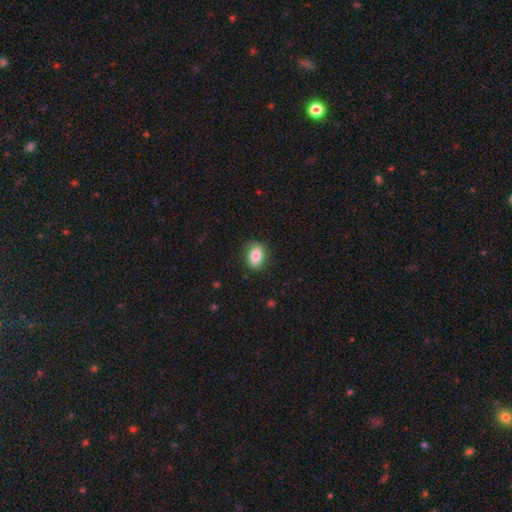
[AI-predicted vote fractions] Smooth or featured?
  - smooth: 79% *
  - featured or disk: 13%
  - star or artifact: 7%
How rounded?
  - in between: 80% *
  - round: 18%
  - cigar-shaped: 2%
Merging?
  - none: 80% *
  - minor disturbance: 15%
  - major disturbance: 4%
  - merger: 1%